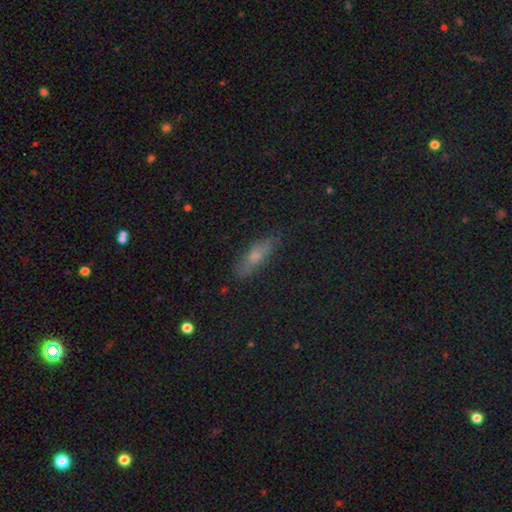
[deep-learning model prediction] This is possibly a smooth galaxy (53%). How rounded: possibly cigar-shaped (54%). Merging: likely none (80%).